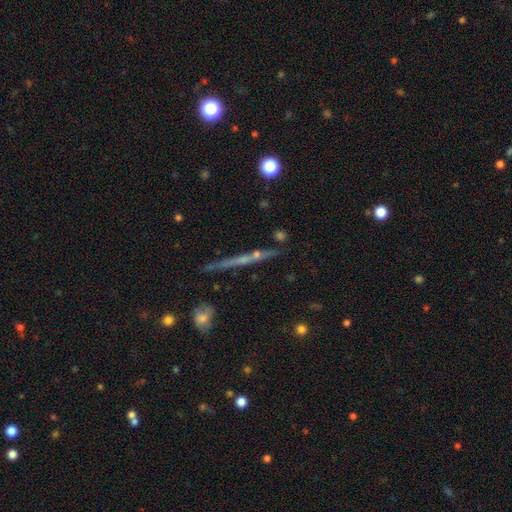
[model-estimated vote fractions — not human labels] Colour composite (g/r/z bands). It shows a featured or disk galaxy (63%) viewed edge-on (95%) with no central bulge (58%). Merging: none (82%).